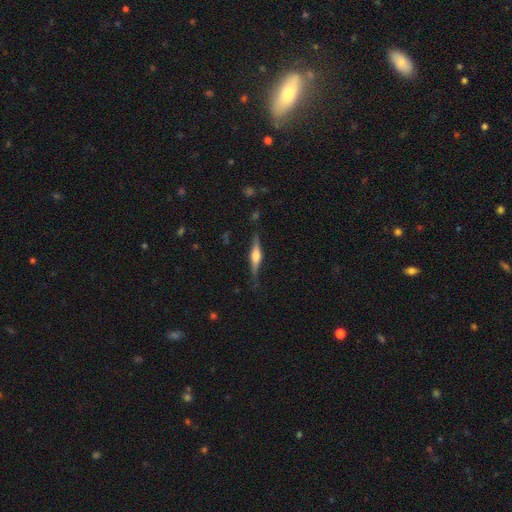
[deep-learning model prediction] This appears to be a featured or disk galaxy (70%) viewed edge-on (97%) with a rounded central bulge (91%). Merging: none (78%).